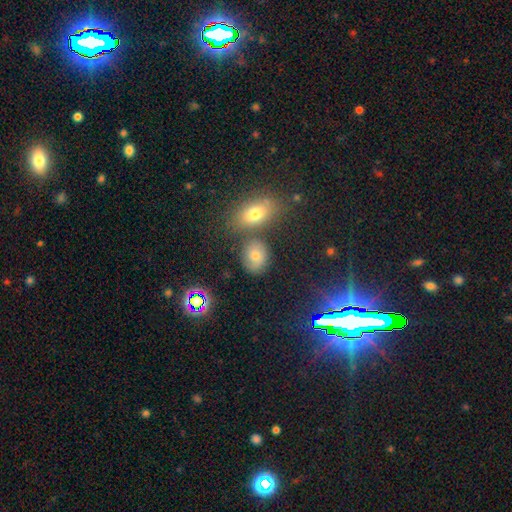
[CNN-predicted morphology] A smooth galaxy with no disk features (62%) that is in between round and cigar-shaped (51%). Merging: none (69%).